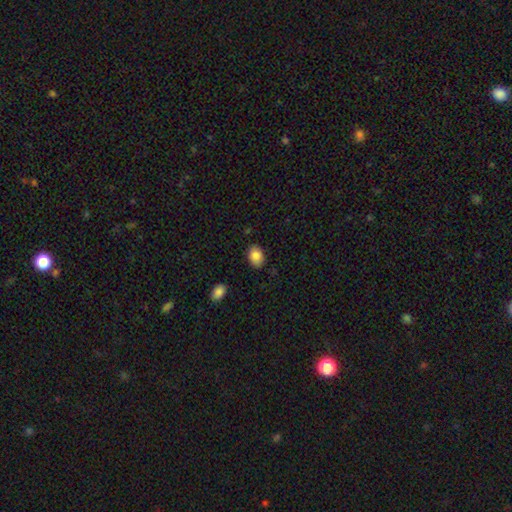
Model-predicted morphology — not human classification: smooth 86%, star or artifact 8%, featured or disk 7%. Down the decision tree: how rounded — in between (79%); merging — none (86%).